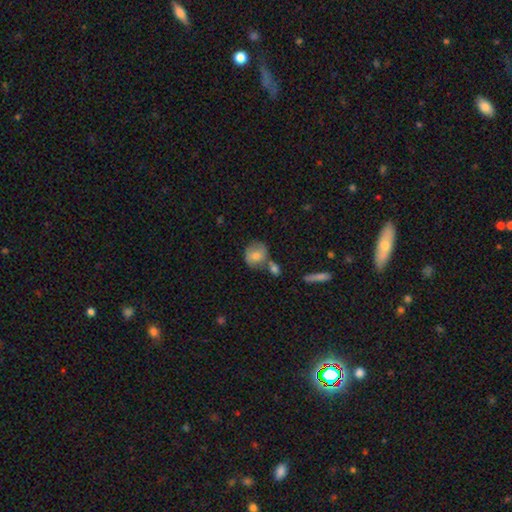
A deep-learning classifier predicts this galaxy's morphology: type=smooth (69%); roundness=round (69%); merging=none (52%).